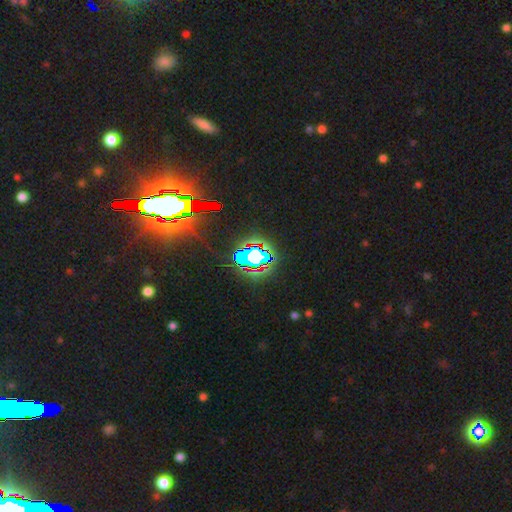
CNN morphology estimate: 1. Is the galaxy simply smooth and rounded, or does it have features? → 65% star or artifact, 18% featured or disk, 17% smooth.